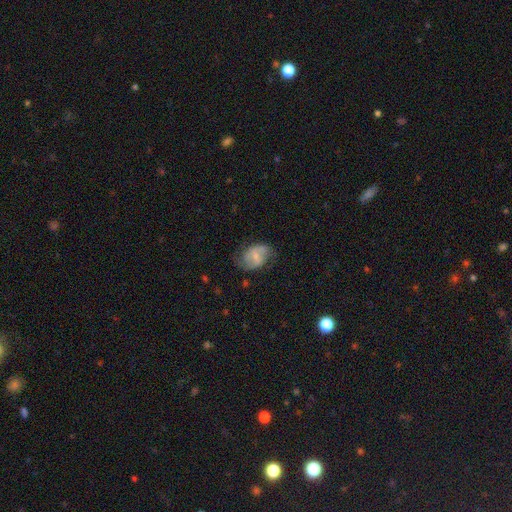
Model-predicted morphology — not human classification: This is possibly a featured or disk galaxy (54%). It is clearly not viewed edge-on (96%). Bar: possibly weak (49%). Spiral arm pattern: likely yes (74%). Central bulge: possibly small (53%). Merging: likely none (61%).